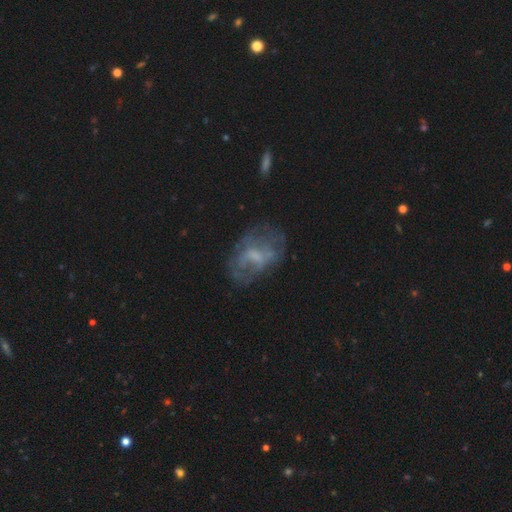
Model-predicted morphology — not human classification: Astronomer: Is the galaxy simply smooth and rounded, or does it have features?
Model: featured or disk — 60%.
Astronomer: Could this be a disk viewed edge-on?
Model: no — 96%.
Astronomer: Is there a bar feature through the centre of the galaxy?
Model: no — 51% (runner-up: weak, 40%).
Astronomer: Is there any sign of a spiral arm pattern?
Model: no — 62% (runner-up: yes, 38%).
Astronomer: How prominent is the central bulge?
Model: small — 33% (runner-up: none, 32%).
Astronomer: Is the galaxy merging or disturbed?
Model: none — 52%.